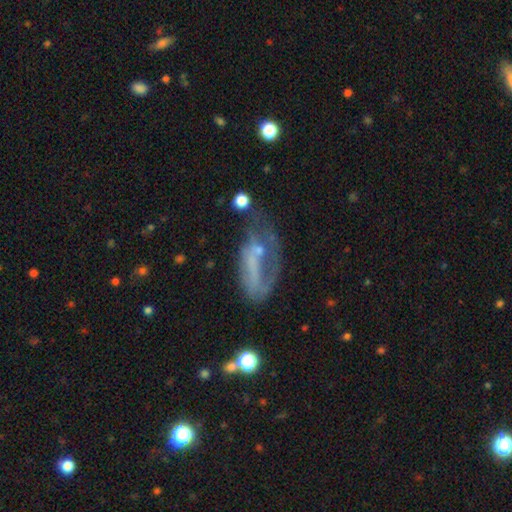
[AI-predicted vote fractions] smooth_or_featured: featured or disk (p=0.53) [alt: smooth p=0.34]
disk_edge_on: no (p=0.90) [alt: yes p=0.10]
merging: major disturbance (p=0.41) [alt: none p=0.29]